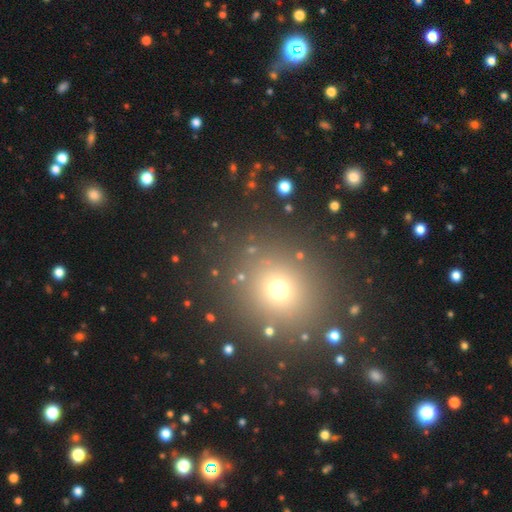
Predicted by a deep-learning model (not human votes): Q: Smooth or featured?
A: smooth (62%); runner-up: star or artifact (29%)
Q: How rounded?
A: round (84%); runner-up: in between (15%)
Q: Merging?
A: none (87%); runner-up: minor disturbance (7%)